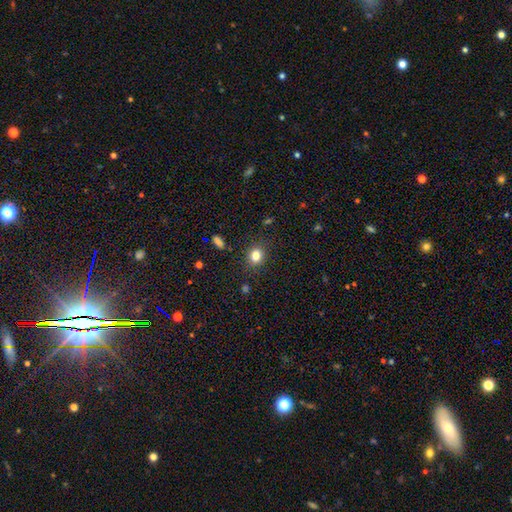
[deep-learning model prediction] Overall: smooth (82%). How rounded: round (63%; in between 36%). Merging: none (86%).